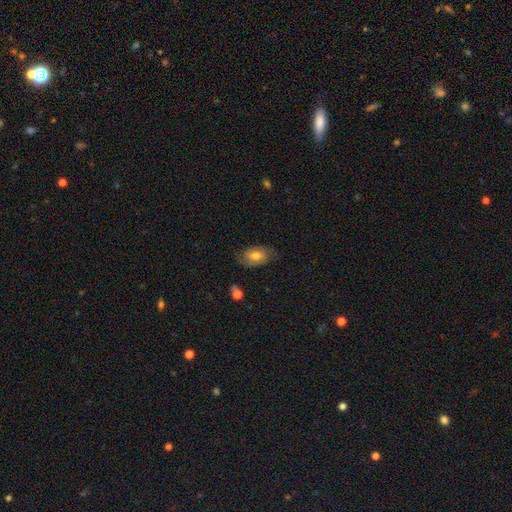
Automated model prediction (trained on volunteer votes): Overall: smooth (50%; featured or disk 41%). How rounded: in between (89%). Merging: none (73%).